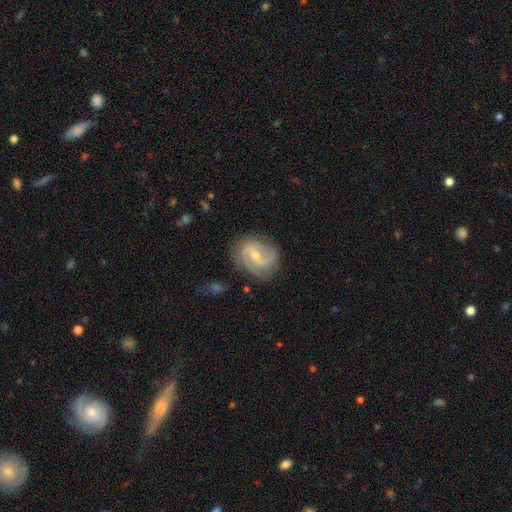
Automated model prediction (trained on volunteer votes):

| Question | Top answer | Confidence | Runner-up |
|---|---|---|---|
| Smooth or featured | featured or disk | 81% | smooth (13%) |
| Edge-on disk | no | 97% | yes (3%) |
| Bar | weak | 51% | no (36%) |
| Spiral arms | yes | 94% | no (6%) |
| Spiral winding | medium | 48% | tight (32%) |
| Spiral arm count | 2 | 75% | can't tell (10%) |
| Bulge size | small | 49% | moderate (48%) |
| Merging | none | 76% | minor disturbance (17%) |